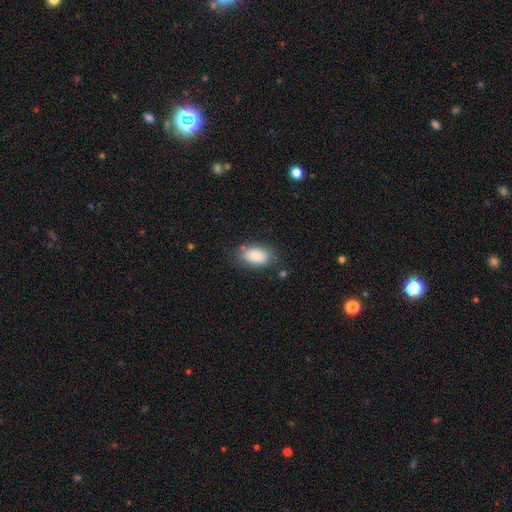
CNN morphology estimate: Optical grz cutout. It shows a smooth galaxy with no disk features (82%) that is in between round and cigar-shaped (92%). Merging: none (74%).